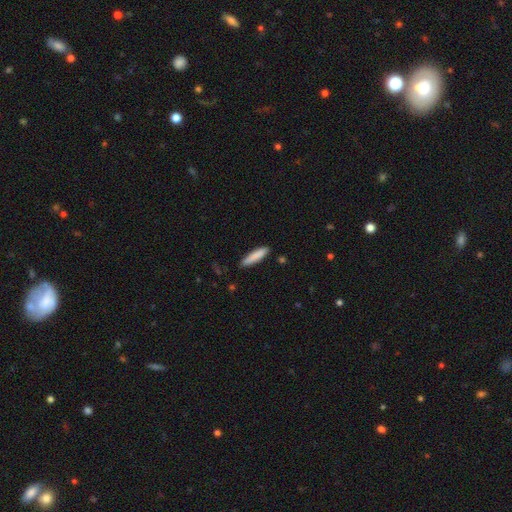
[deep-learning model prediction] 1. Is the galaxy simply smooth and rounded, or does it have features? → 85% smooth, 9% featured or disk, 6% star or artifact.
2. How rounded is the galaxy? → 82% cigar-shaped, 17% in between, 1% round.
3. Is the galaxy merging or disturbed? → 85% none, 12% minor disturbance, 2% major disturbance, 1% merger.